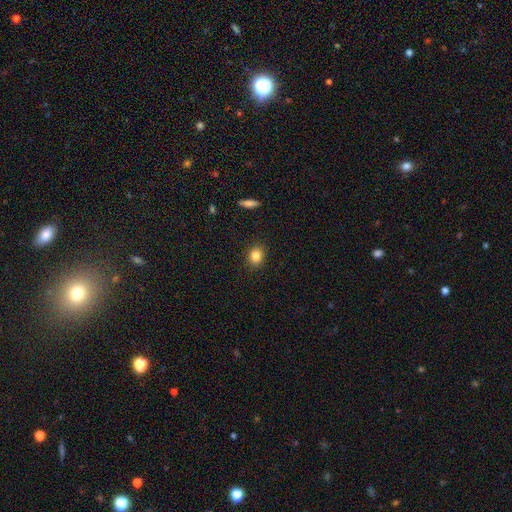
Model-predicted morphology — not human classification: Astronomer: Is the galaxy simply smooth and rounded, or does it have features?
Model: smooth — 83%.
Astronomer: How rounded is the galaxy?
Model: round — 63%.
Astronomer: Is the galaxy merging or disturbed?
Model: none — 89%.